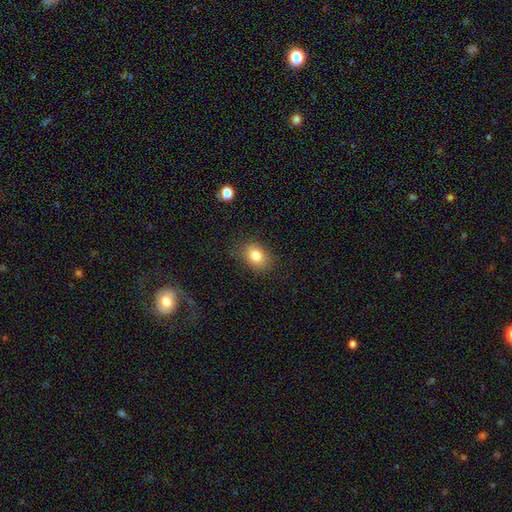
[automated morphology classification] This is clearly a smooth galaxy (82%). How rounded: likely in between (69%). Merging: clearly none (83%).